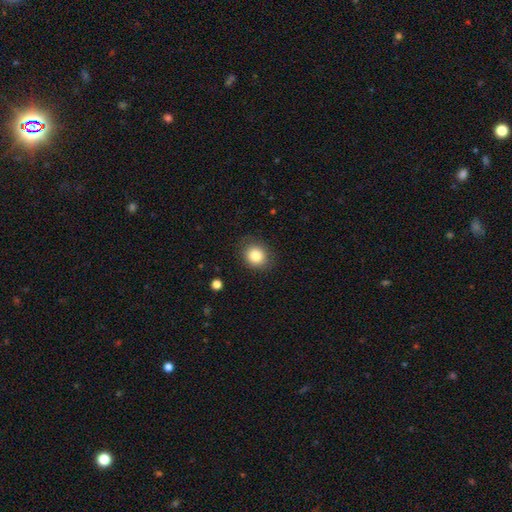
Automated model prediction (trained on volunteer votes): The model was most divided on "how rounded": round: 72%, in between: 27%, cigar-shaped: 1%. More confident: merging — none (84%); smooth or featured — smooth (83%).